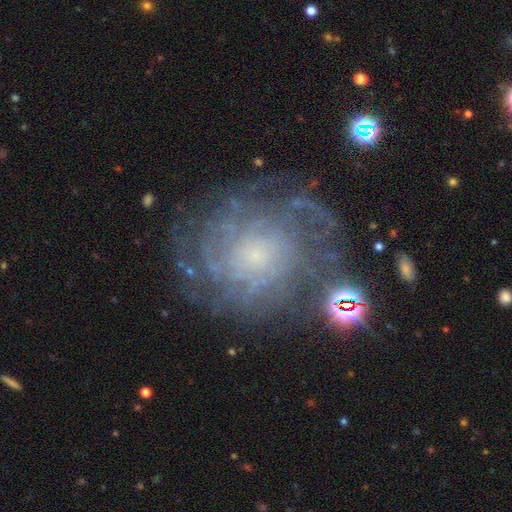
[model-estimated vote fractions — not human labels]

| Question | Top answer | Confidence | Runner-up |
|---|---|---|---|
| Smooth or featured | featured or disk | 78% | smooth (12%) |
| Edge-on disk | no | 97% | yes (3%) |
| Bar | no | 78% | weak (18%) |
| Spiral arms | yes | 92% | no (8%) |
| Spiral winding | tight | 72% | medium (21%) |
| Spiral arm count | can't tell | 42% | more than 4 (18%) |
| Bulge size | small | 74% | moderate (14%) |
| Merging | none | 73% | minor disturbance (15%) |